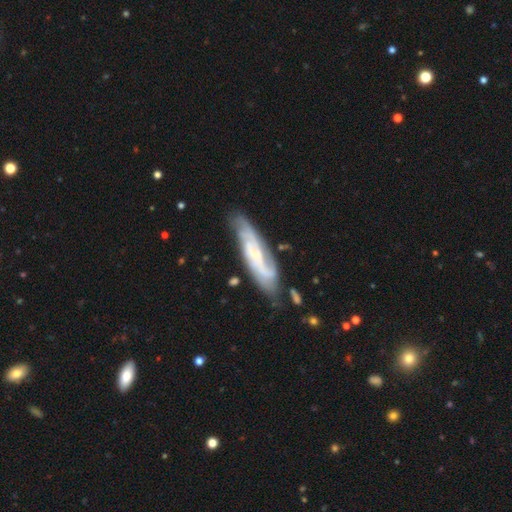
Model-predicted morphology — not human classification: Smooth or featured?
  - featured or disk: 77% *
  - smooth: 17%
  - star or artifact: 6%
Edge-on disk?
  - no: 78% *
  - yes: 22%
Bar?
  - no: 49% *
  - weak: 36%
  - strong: 15%
Spiral arms?
  - yes: 94% *
  - no: 6%
Spiral winding?
  - tight: 47% *
  - medium: 40%
  - loose: 13%
Spiral arm count?
  - 2: 38% *
  - can't tell: 32%
  - 3: 17%
  - 4: 6%
  - 1: 4%
  - more than 4: 3%
Bulge size?
  - small: 63% *
  - moderate: 20%
  - none: 14%
  - large: 2%
  - dominant: 1%
Merging?
  - none: 68% *
  - minor disturbance: 21%
  - major disturbance: 7%
  - merger: 4%